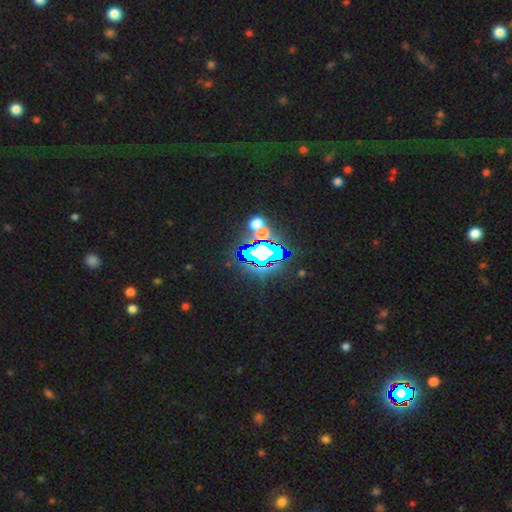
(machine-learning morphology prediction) Q: Smooth or featured?
A: star or artifact (78%); runner-up: smooth (12%)